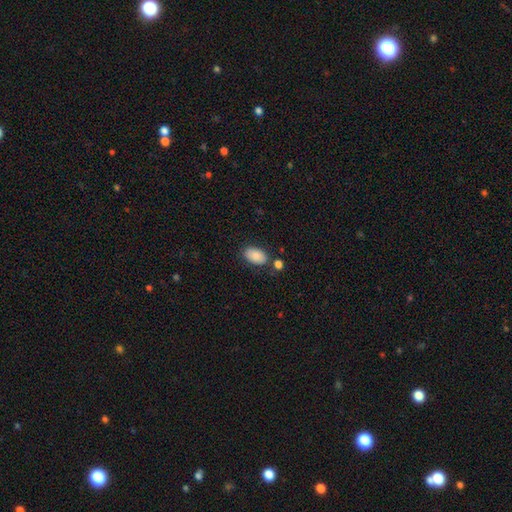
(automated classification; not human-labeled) This appears to be a smooth galaxy with no disk features (85%) that is in between round and cigar-shaped (93%). Merging: none (75%).